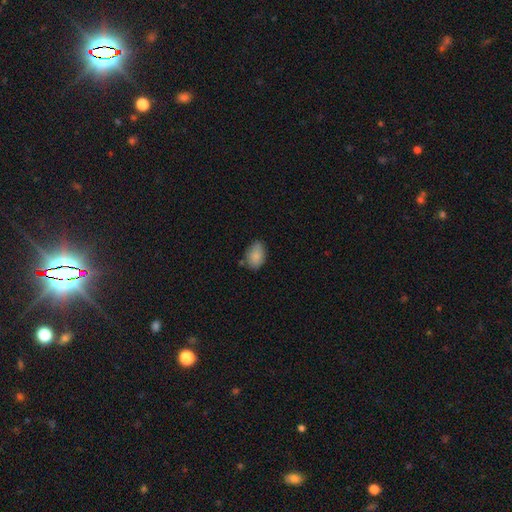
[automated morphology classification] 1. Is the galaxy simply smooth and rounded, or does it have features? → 86% smooth, 7% featured or disk, 7% star or artifact.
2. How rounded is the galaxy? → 84% in between, 14% round, 1% cigar-shaped.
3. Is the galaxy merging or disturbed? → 70% none, 22% minor disturbance, 4% merger, 4% major disturbance.